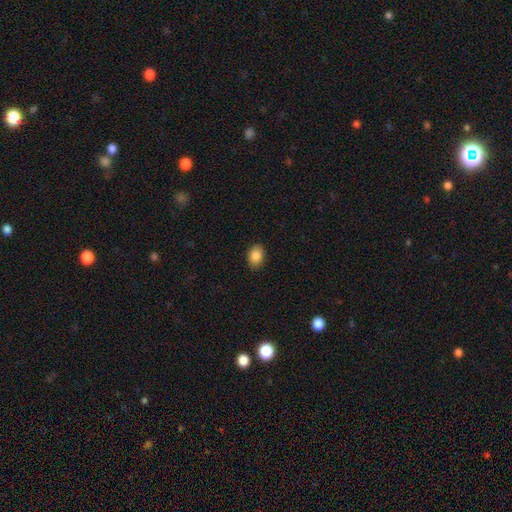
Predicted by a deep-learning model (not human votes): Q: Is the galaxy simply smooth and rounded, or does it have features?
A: smooth — 88%.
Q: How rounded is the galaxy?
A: in between — 78%.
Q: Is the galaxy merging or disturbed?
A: none — 88%.